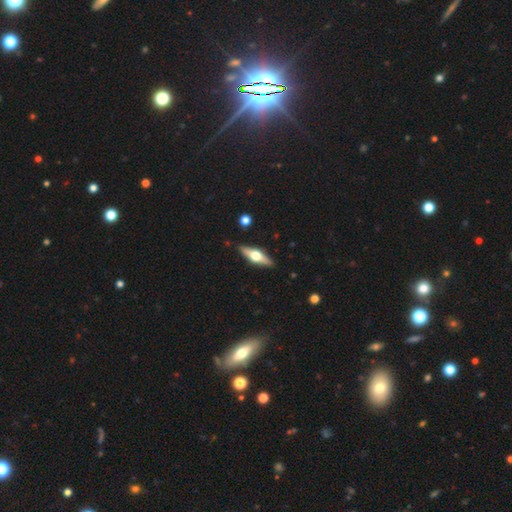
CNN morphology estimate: The model was most divided on "smooth or featured": featured or disk: 66%, smooth: 29%, star or artifact: 5%. More confident: edge-on bulge — rounded (95%); edge-on disk — yes (94%); merging — none (89%).